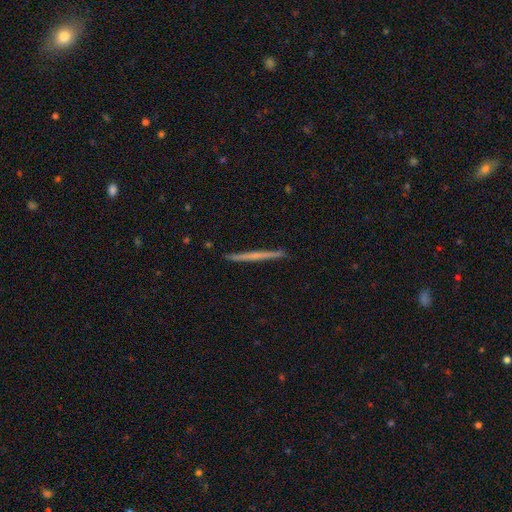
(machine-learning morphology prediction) smooth_or_featured: featured or disk (p=0.58) [alt: smooth p=0.36]
disk_edge_on: yes (p=0.98) [alt: no p=0.02]
edge_on_bulge: none (p=0.79) [alt: rounded p=0.16]
merging: none (p=0.92) [alt: minor disturbance p=0.06]